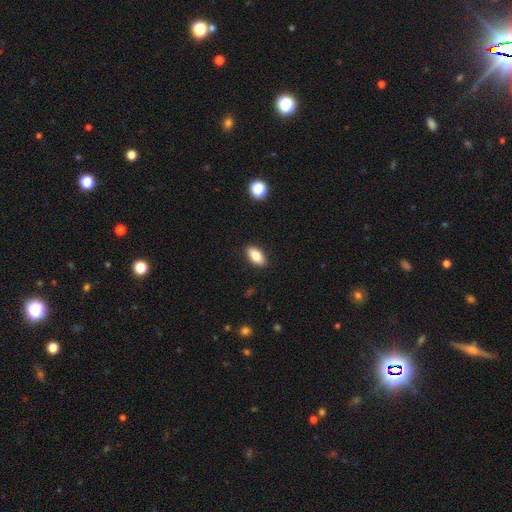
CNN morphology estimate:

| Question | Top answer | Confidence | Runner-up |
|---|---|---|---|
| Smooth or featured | smooth | 83% | featured or disk (9%) |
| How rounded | in between | 90% | cigar-shaped (7%) |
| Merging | none | 90% | minor disturbance (7%) |